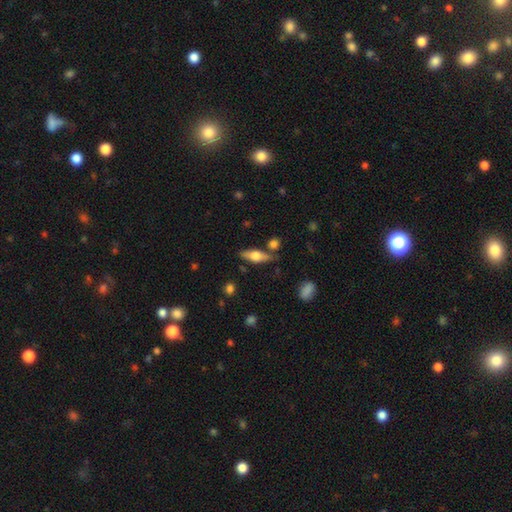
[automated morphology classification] A featured or disk galaxy (49%). Merging: none (75%).